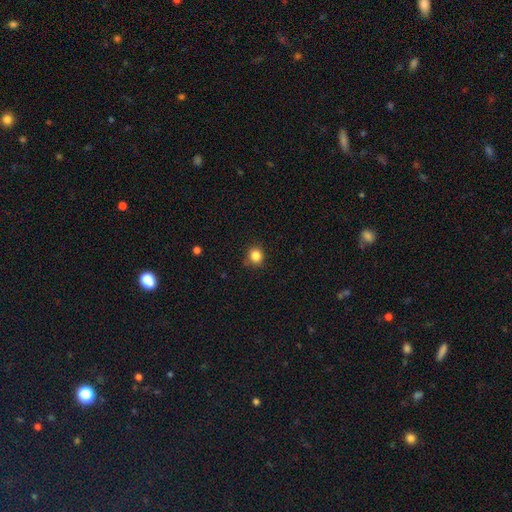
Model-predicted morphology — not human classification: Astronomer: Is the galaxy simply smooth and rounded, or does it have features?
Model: smooth — 85%.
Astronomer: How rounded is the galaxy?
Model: round — 84%.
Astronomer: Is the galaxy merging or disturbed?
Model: none — 83%.